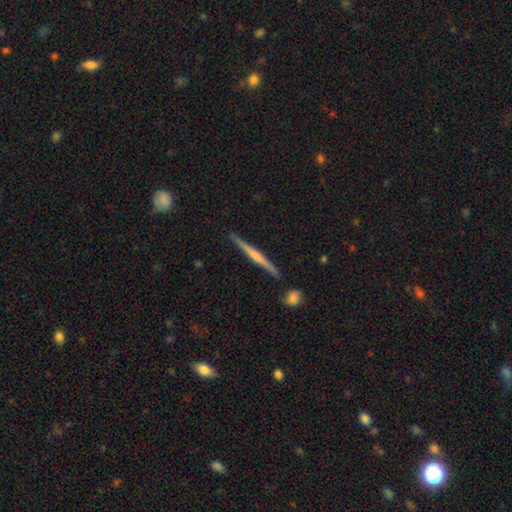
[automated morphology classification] Smooth or featured? featured or disk (65%)
Edge-on disk? yes (98%)
Edge-on bulge? rounded (45%)
Merging? none (89%)